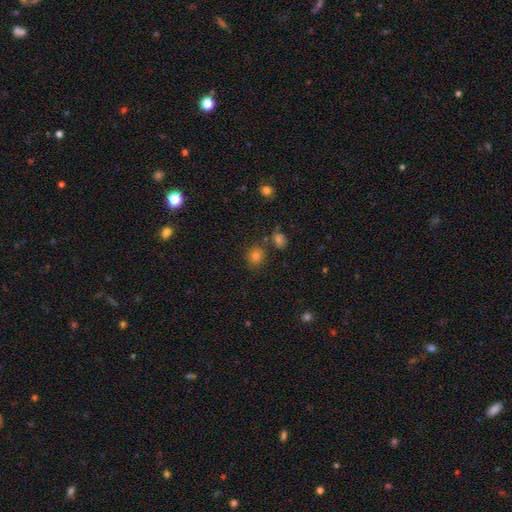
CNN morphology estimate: type=smooth (78%); roundness=round (84%); merging=none (80%).